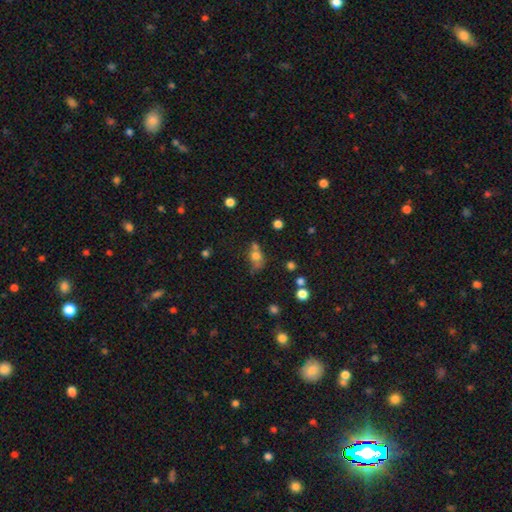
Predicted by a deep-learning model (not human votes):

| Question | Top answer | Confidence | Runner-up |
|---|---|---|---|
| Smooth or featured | smooth | 69% | featured or disk (17%) |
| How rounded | in between | 54% | round (42%) |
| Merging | none | 36% | merger (31%) |